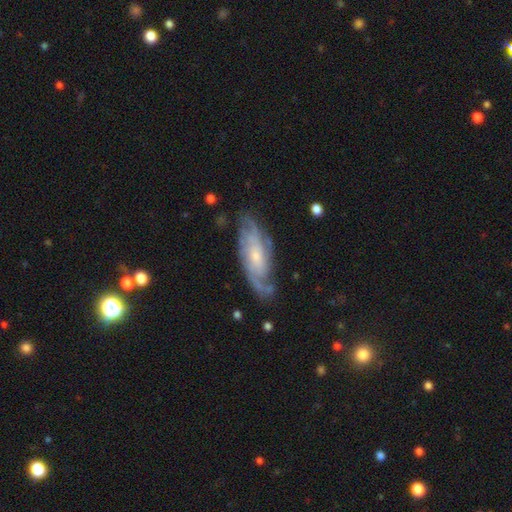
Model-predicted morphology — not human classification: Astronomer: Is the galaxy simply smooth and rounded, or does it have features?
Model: featured or disk — 84%.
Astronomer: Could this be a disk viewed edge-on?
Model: no — 90%.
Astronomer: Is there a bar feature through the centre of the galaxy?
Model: no — 62%.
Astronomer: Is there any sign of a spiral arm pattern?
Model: yes — 96%.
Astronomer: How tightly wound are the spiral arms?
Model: tight — 50% (runner-up: medium, 38%).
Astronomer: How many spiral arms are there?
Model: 2 — 32% (runner-up: can't tell, 30%).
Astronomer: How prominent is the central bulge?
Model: small — 65%.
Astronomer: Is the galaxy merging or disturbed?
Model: none — 73%.